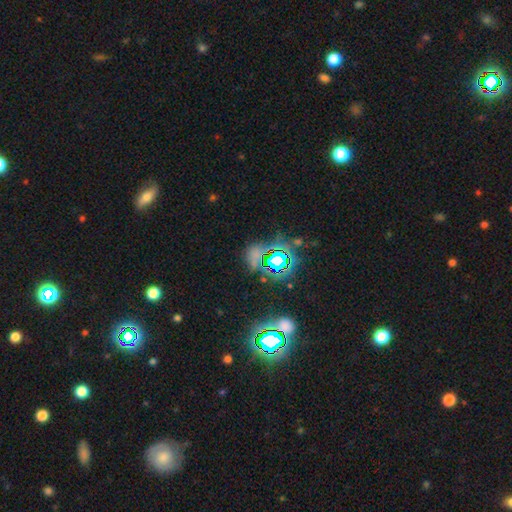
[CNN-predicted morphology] smooth-or-featured: star or artifact: 65% | smooth: 25% | featured or disk: 10%